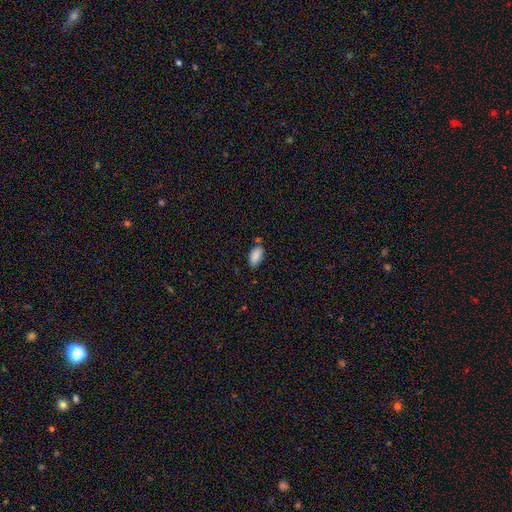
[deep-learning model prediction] This is clearly a smooth galaxy (88%). How rounded: clearly in between (93%). Merging: likely none (74%).